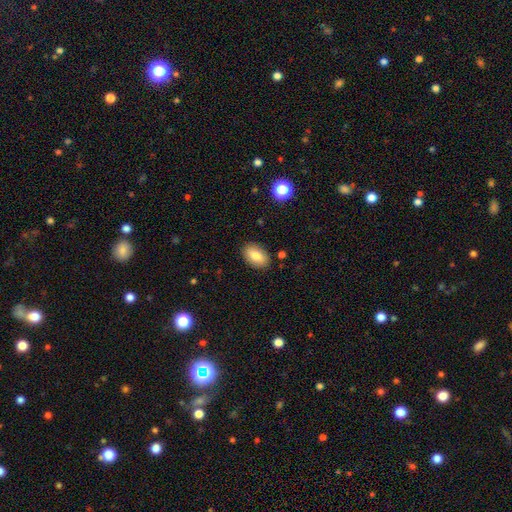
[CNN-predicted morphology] smooth 80%, featured or disk 12%, star or artifact 8%. Down the decision tree: how rounded — in between (90%); merging — none (87%).